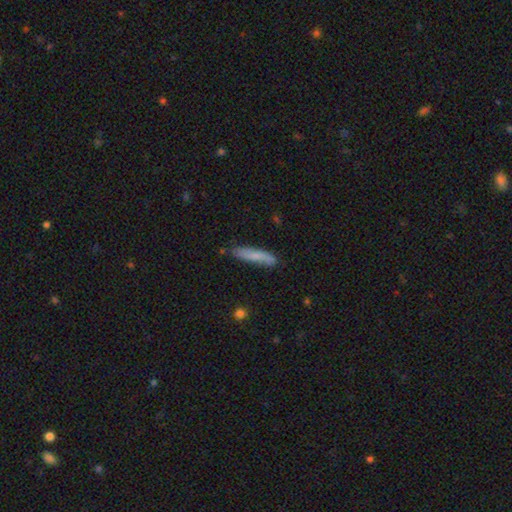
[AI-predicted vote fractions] Smooth or featured: smooth — 71% (featured or disk — 23%)
How rounded: cigar-shaped — 86% (in between — 13%)
Merging: none — 76% (minor disturbance — 18%)